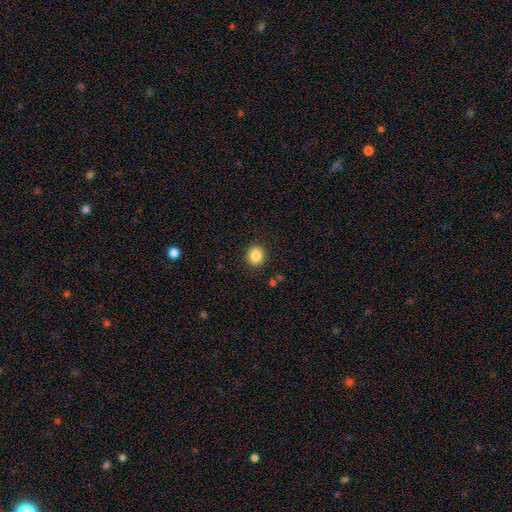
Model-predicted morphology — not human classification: Smooth or featured?
  - smooth: 86% *
  - star or artifact: 10%
  - featured or disk: 4%
How rounded?
  - round: 87% *
  - in between: 12%
  - cigar-shaped: 1%
Merging?
  - none: 91% *
  - minor disturbance: 6%
  - major disturbance: 2%
  - merger: 1%